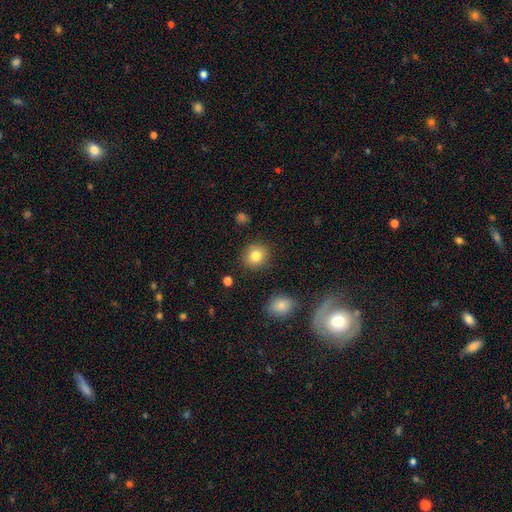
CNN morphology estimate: smooth-or-featured: smooth: 83% | star or artifact: 10% | featured or disk: 7%
  how-rounded: round: 81% | in between: 18% | cigar-shaped: 1%
  merging: none: 88% | minor disturbance: 8% | major disturbance: 2% | merger: 2%